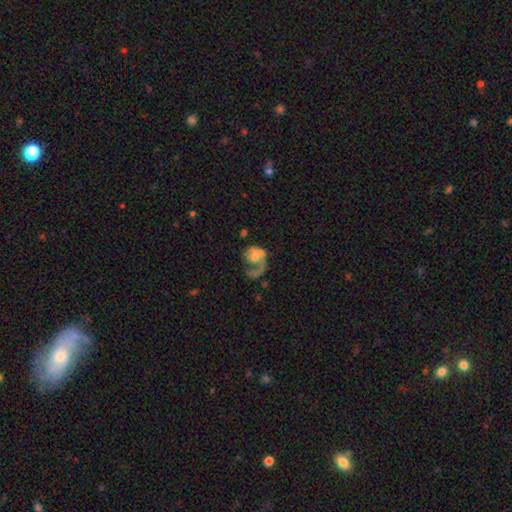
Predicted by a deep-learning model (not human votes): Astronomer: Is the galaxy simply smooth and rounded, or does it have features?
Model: featured or disk — 63%.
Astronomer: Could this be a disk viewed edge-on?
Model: no — 98%.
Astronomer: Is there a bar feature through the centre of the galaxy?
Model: no — 79%.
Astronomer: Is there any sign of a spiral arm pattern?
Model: yes — 72%.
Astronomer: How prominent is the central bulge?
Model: moderate — 43% (runner-up: small, 39%).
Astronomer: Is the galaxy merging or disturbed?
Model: major disturbance — 49% (runner-up: none, 28%).